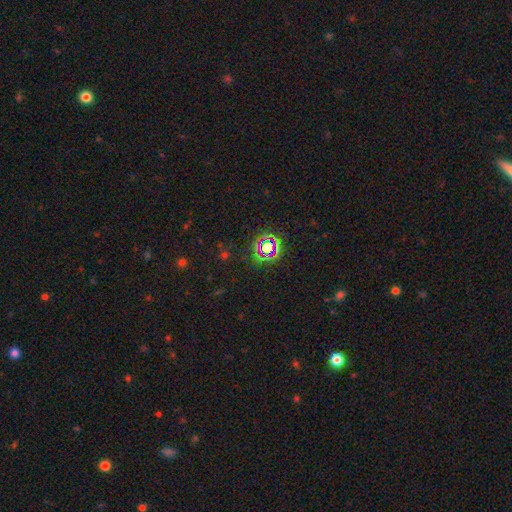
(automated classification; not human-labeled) This appears to be a star or artifact, not a galaxy (52%).